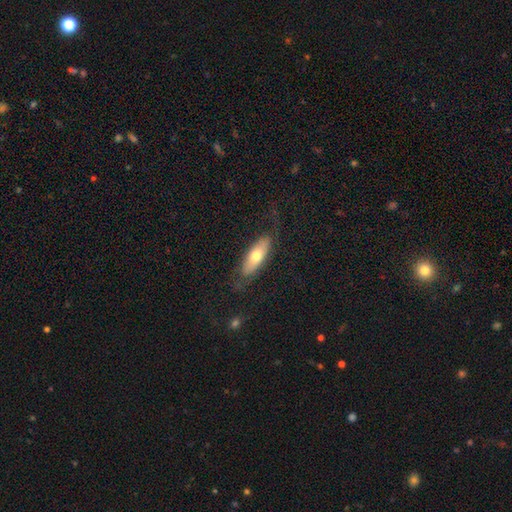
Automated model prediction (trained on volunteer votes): smooth-or-featured: smooth: 60% | featured or disk: 34% | star or artifact: 6%
  how-rounded: in between: 65% | cigar-shaped: 33% | round: 3%
  merging: none: 77% | minor disturbance: 15% | major disturbance: 7% | merger: 1%